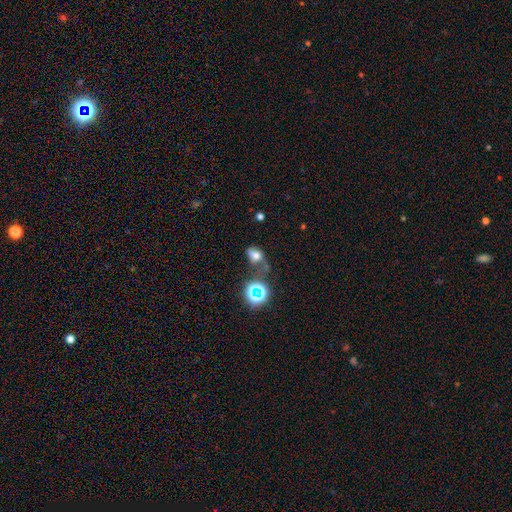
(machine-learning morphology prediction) A smooth galaxy with no disk features (57%) that is in between round and cigar-shaped (70%). Merging: none (32%).